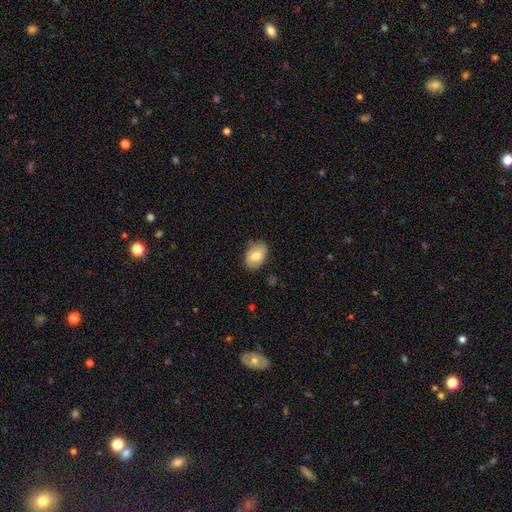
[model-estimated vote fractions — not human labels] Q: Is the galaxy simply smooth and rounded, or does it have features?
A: smooth — 74%.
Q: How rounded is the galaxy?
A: in between — 81%.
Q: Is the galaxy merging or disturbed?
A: none — 72%.